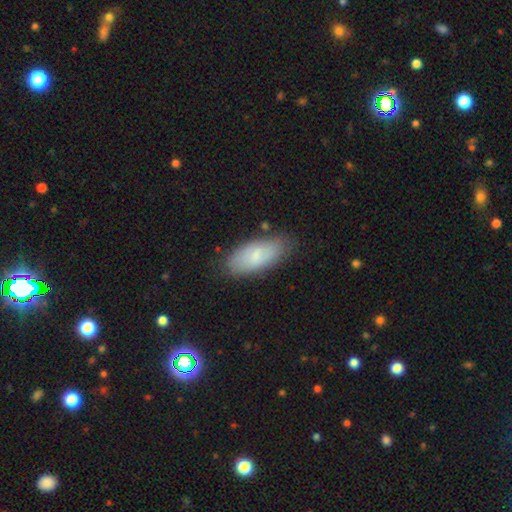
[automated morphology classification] Q: Smooth or featured?
A: smooth (72%); runner-up: featured or disk (21%)
Q: How rounded?
A: in between (85%); runner-up: cigar-shaped (13%)
Q: Merging?
A: none (78%); runner-up: minor disturbance (16%)